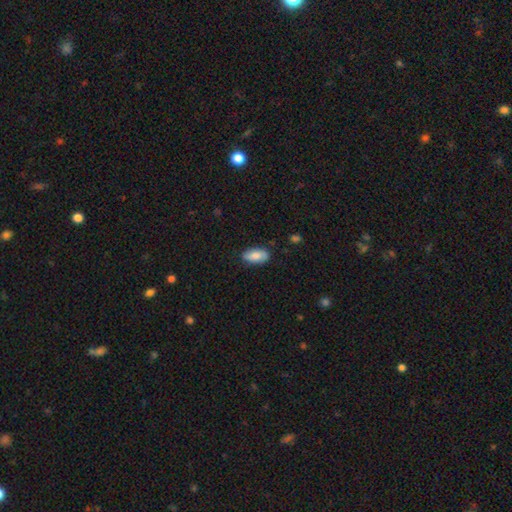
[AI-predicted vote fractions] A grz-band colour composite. It shows a smooth galaxy with no disk features (77%) that is in between round and cigar-shaped (91%). Merging: none (80%).